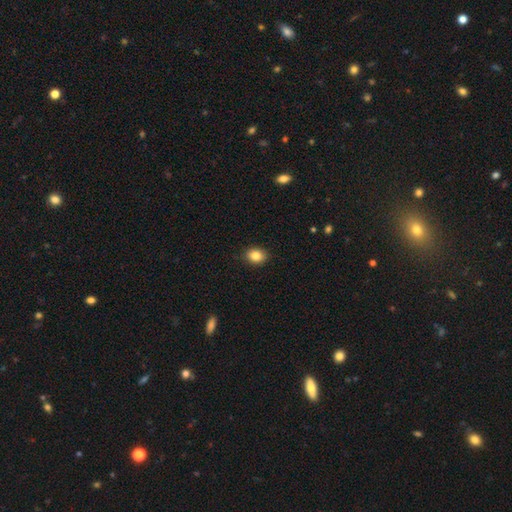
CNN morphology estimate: Smooth or featured?
  - smooth: 85% *
  - star or artifact: 9%
  - featured or disk: 6%
How rounded?
  - in between: 56% *
  - round: 43%
  - cigar-shaped: 1%
Merging?
  - none: 89% *
  - minor disturbance: 8%
  - major disturbance: 2%
  - merger: 1%